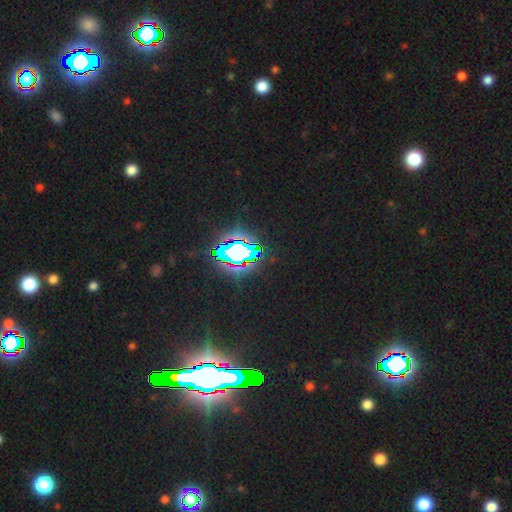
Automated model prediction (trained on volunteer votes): Smooth or featured?
  - star or artifact: 83% *
  - smooth: 9%
  - featured or disk: 8%